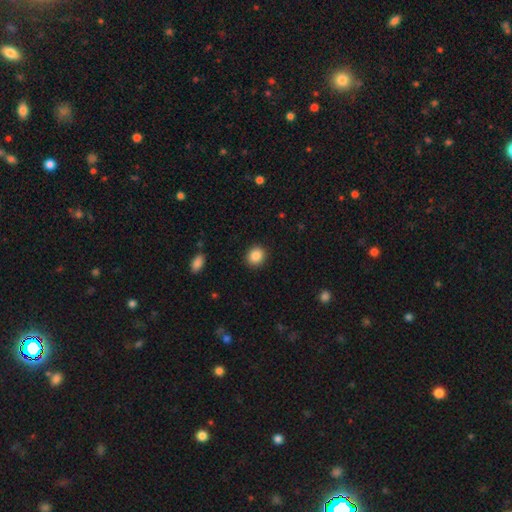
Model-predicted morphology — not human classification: Overall: smooth (87%). How rounded: round (77%). Merging: none (91%).